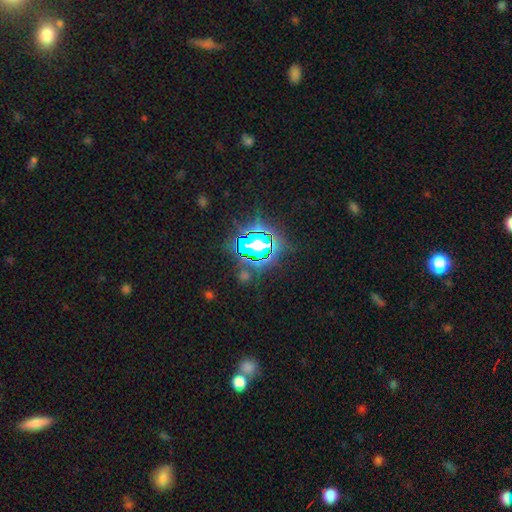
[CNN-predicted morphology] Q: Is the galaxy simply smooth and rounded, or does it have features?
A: star or artifact — 73%.